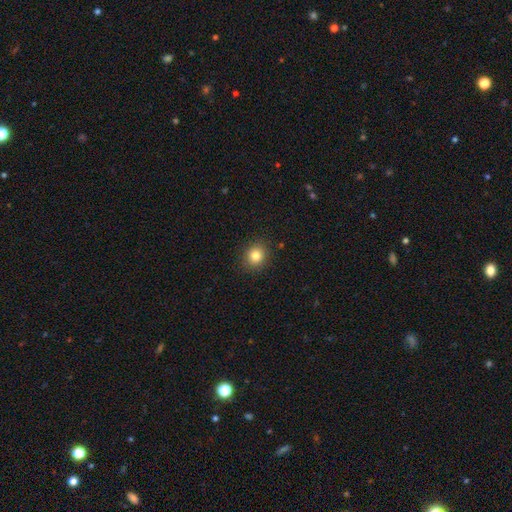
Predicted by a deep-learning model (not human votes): Smooth or featured?
  - smooth: 82% *
  - star or artifact: 12%
  - featured or disk: 6%
How rounded?
  - round: 84% *
  - in between: 15%
  - cigar-shaped: 1%
Merging?
  - none: 90% *
  - minor disturbance: 6%
  - major disturbance: 2%
  - merger: 1%